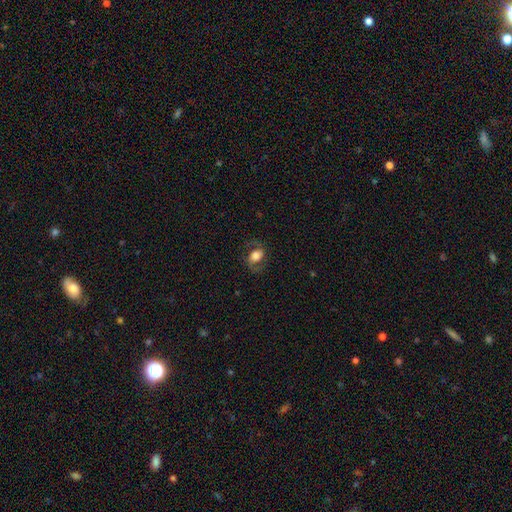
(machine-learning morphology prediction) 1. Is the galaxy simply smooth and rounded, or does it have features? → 49% featured or disk, 42% smooth, 9% star or artifact.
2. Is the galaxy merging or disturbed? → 71% none, 16% minor disturbance, 12% major disturbance, 1% merger.